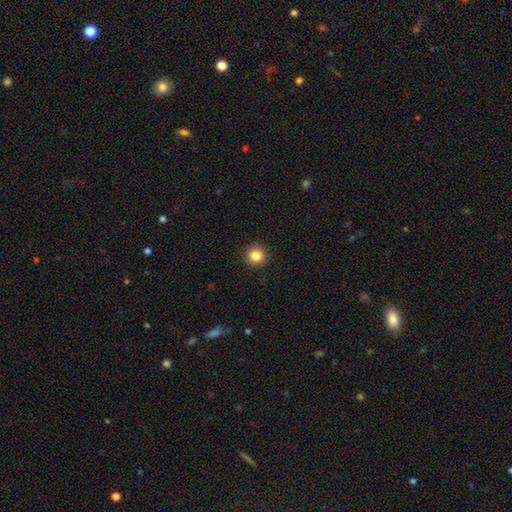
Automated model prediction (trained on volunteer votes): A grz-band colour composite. It shows a smooth galaxy with no disk features (84%) that is round (94%). Merging: none (92%).